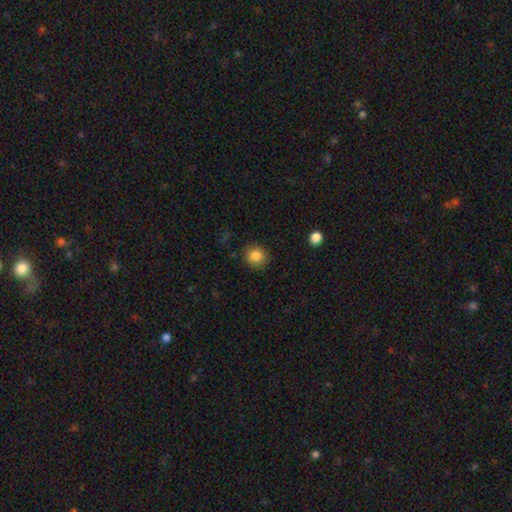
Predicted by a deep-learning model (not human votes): Overall: smooth (85%). How rounded: round (88%). Merging: none (88%).